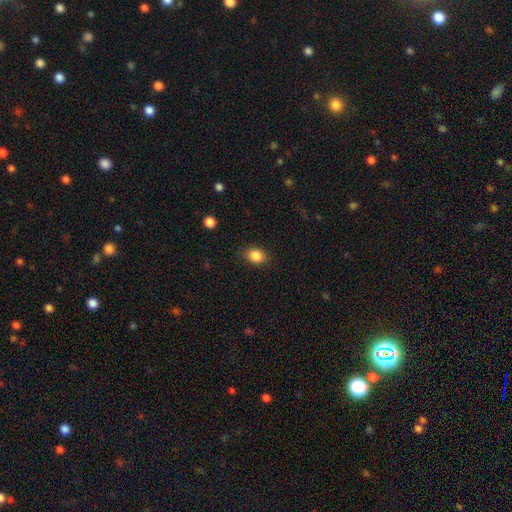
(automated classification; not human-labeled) Smooth or featured?
  - smooth: 86% *
  - star or artifact: 9%
  - featured or disk: 4%
How rounded?
  - in between: 56% *
  - round: 43%
  - cigar-shaped: 1%
Merging?
  - none: 86% *
  - minor disturbance: 10%
  - major disturbance: 3%
  - merger: 1%